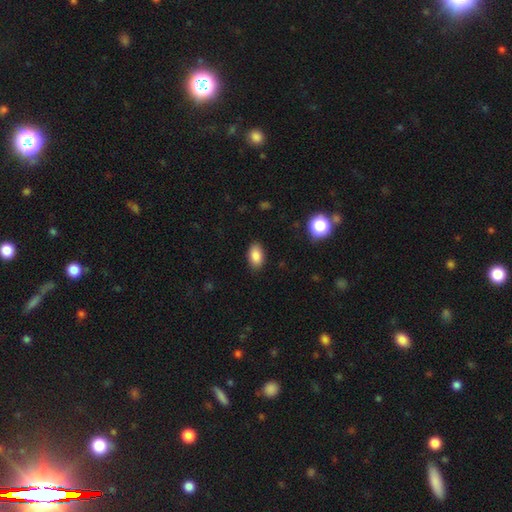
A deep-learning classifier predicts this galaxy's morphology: This is clearly a smooth galaxy (87%). How rounded: clearly in between (91%). Merging: clearly none (87%).